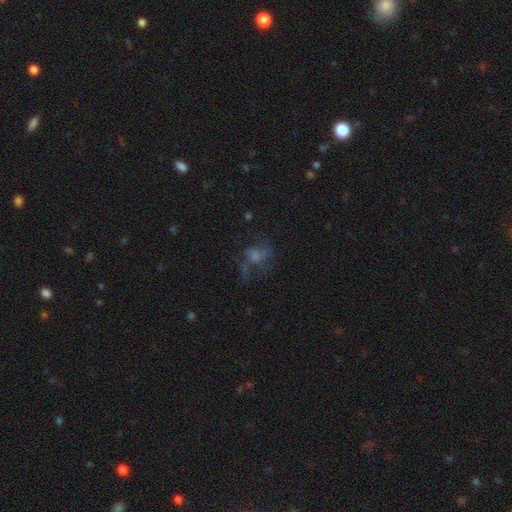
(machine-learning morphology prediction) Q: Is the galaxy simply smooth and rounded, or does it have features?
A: featured or disk — 49%.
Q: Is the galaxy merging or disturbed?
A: none — 47%.